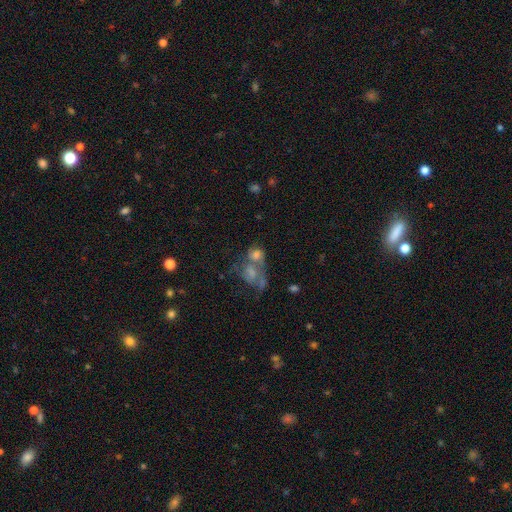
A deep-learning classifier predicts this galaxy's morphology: Smooth or featured? smooth (43%)
Merging? merger (58%)